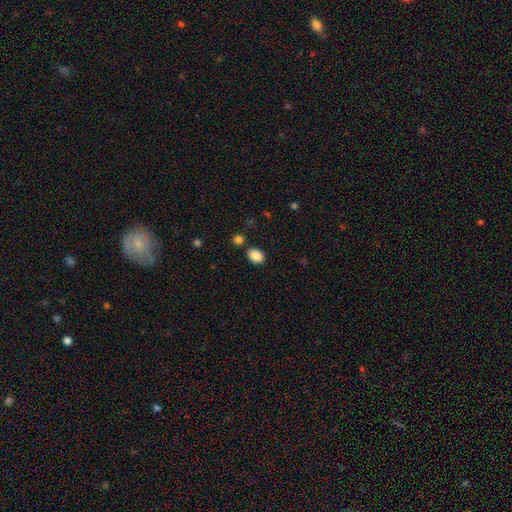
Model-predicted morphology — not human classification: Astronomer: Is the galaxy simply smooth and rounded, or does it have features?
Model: smooth — 88%.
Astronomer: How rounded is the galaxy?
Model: in between — 73%.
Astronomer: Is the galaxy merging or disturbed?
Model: none — 81%.